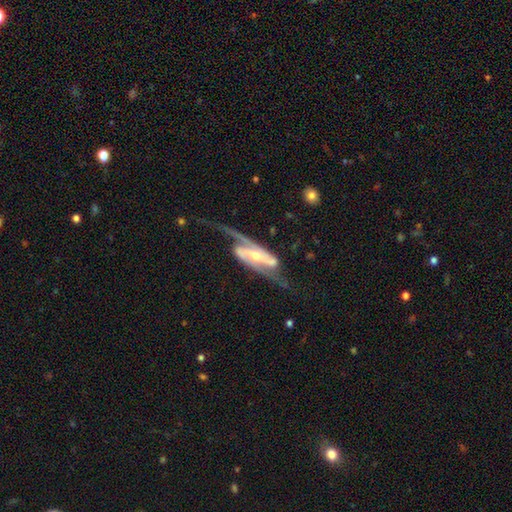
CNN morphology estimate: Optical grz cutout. It shows a featured or disk galaxy (92%) with a strong bar (56%), 2 (92%) loose (47%) spiral arms (97%) and a moderate central bulge (53%). Merging: none (60%).